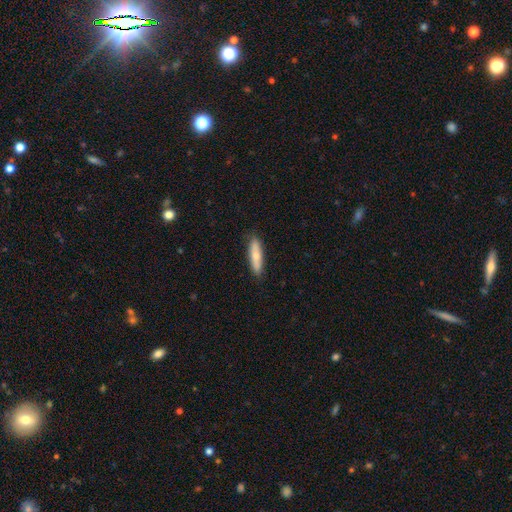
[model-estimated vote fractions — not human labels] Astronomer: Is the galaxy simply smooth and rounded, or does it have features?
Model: smooth — 67%.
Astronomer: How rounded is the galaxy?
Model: cigar-shaped — 71%.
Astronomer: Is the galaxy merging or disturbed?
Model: none — 87%.